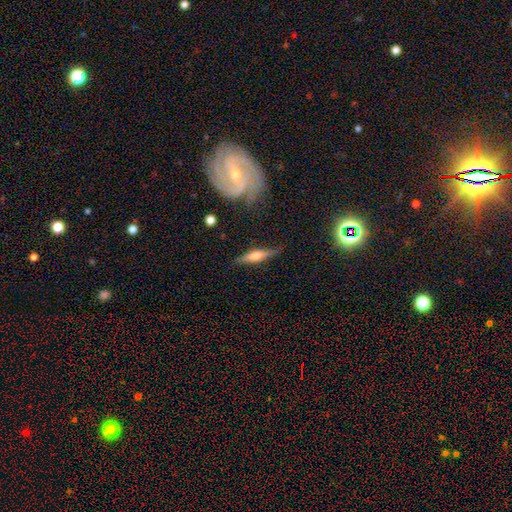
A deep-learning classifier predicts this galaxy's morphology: Smooth or featured? smooth (47%)
Merging? none (78%)